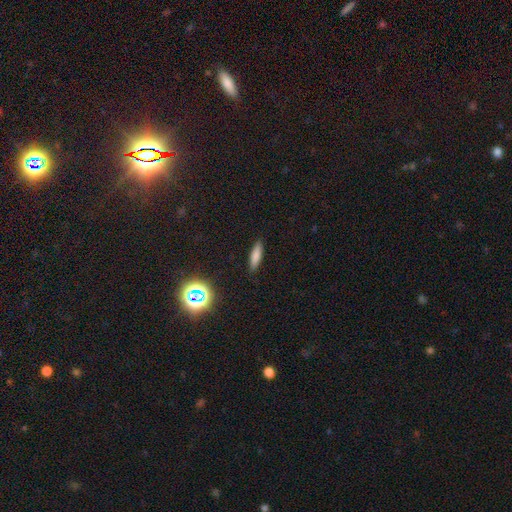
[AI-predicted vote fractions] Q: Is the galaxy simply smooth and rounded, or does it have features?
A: smooth — 77%.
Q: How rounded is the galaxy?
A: cigar-shaped — 66%.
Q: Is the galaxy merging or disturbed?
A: none — 89%.